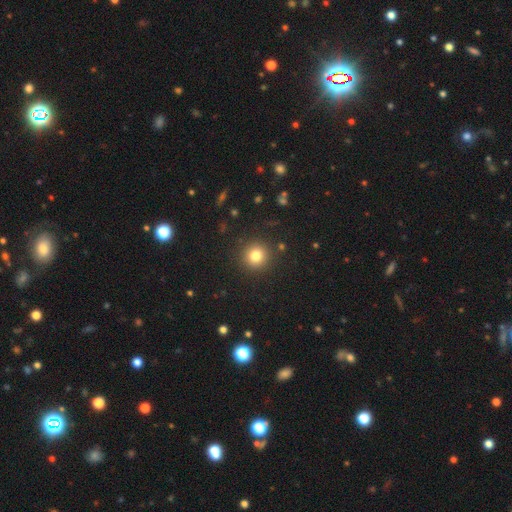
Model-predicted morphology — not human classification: smooth_or_featured: smooth (p=0.80) [alt: star or artifact p=0.13]
how_rounded: round (p=0.93) [alt: in between p=0.06]
merging: none (p=0.90) [alt: minor disturbance p=0.06]